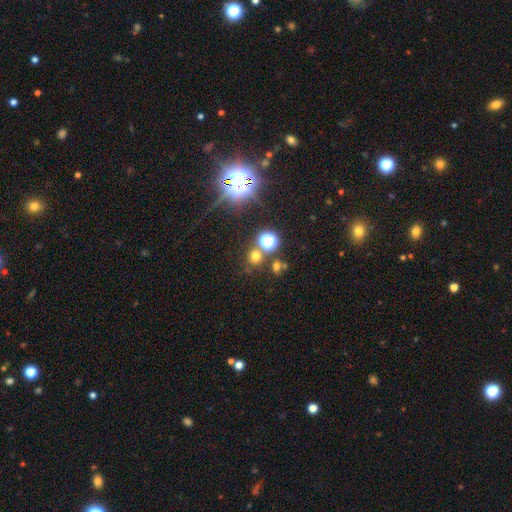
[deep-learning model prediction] Smooth or featured?
  - smooth: 58% *
  - star or artifact: 34%
  - featured or disk: 8%
How rounded?
  - round: 86% *
  - in between: 12%
  - cigar-shaped: 1%
Merging?
  - none: 73% *
  - merger: 16%
  - minor disturbance: 8%
  - major disturbance: 4%